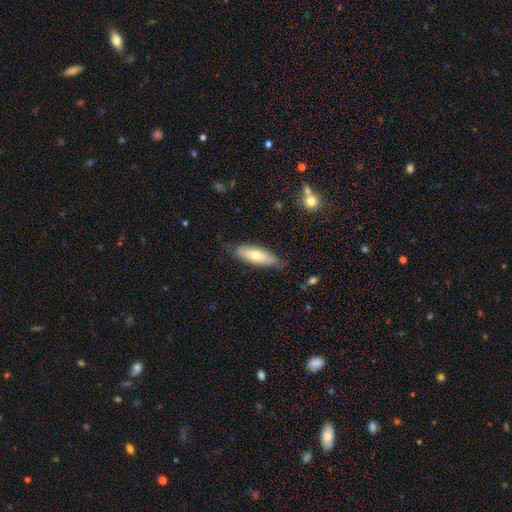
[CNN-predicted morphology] type=smooth (69%); roundness=in between (66%); merging=none (75%).